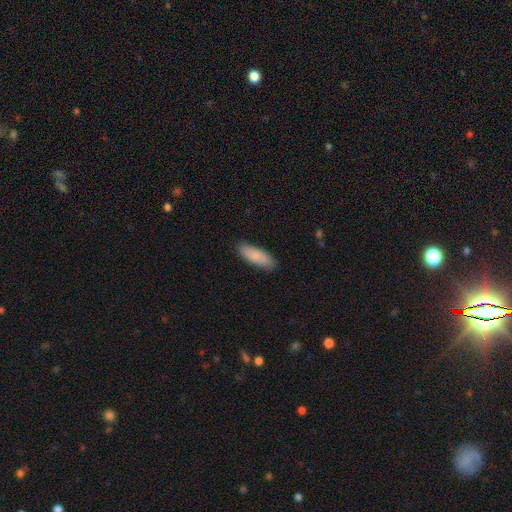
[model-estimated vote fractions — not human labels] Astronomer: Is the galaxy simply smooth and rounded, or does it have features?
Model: smooth — 81%.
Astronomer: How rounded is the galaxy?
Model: in between — 67%.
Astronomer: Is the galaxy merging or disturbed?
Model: none — 84%.